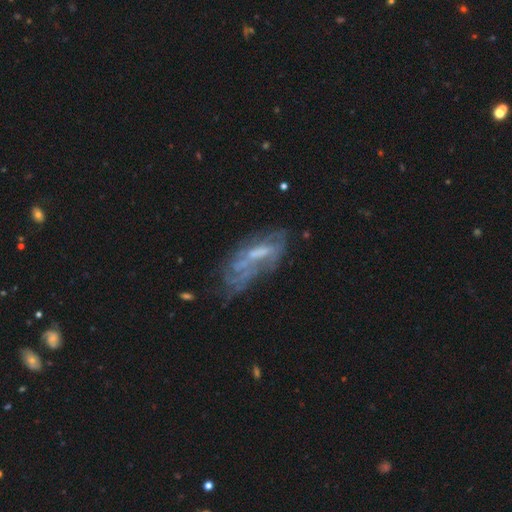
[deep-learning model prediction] Smooth or featured: featured or disk — 66% (smooth — 23%)
Edge-on disk: no — 85% (yes — 15%)
Bar: no — 42% (weak — 40%)
Spiral arms: yes — 52% (no — 48%)
Bulge size: small — 33% (tied with moderate — 33%)
Merging: none — 40% (major disturbance — 27%)